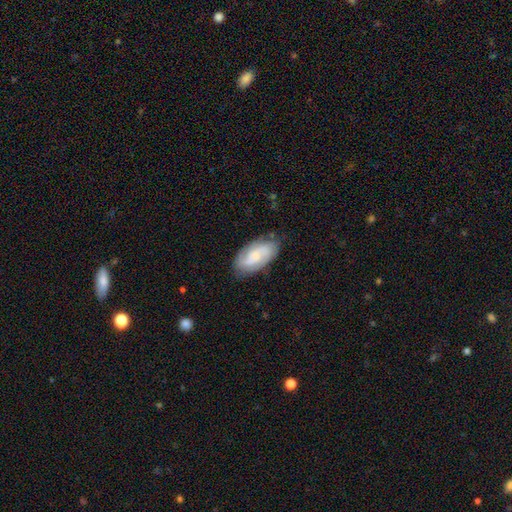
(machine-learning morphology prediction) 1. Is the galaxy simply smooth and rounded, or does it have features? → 64% featured or disk, 30% smooth, 7% star or artifact.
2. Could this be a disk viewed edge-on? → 95% no, 5% yes.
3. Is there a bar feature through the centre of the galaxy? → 55% no, 37% weak, 7% strong.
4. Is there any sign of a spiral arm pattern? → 93% yes, 7% no.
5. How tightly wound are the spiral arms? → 43% tight, 42% medium, 15% loose.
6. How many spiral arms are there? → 61% 2, 19% can't tell, 12% 3, 3% 1, 3% 4, 2% more than 4.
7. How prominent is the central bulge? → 51% small, 28% moderate, 15% none, 5% large, 1% dominant.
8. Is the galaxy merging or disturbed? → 77% none, 17% minor disturbance, 4% major disturbance, 1% merger.